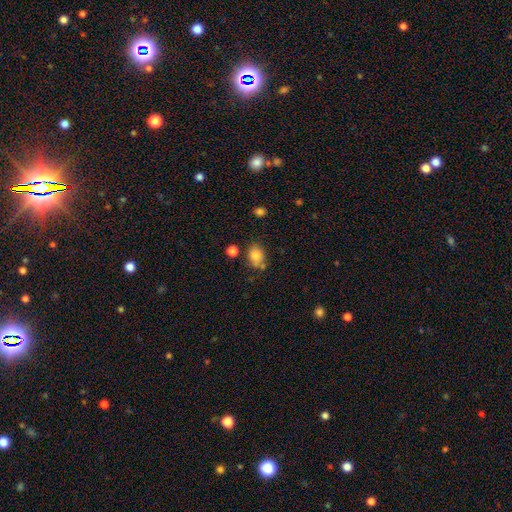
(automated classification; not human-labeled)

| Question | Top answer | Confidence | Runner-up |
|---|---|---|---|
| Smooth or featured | smooth | 80% | star or artifact (10%) |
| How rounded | in between | 55% | round (44%) |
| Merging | none | 64% | minor disturbance (19%) |